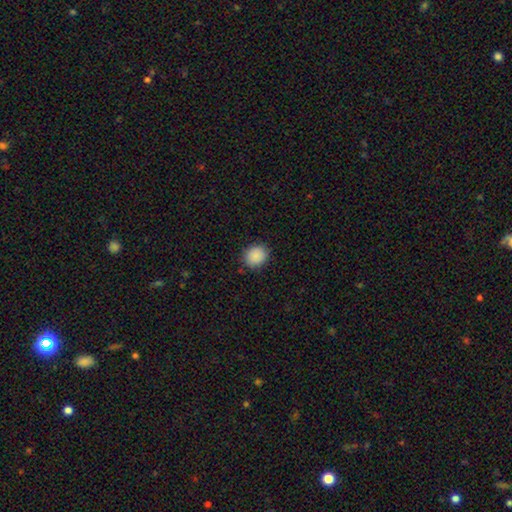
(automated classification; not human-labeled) A smooth galaxy with no disk features (89%) that is round (76%). Merging: none (87%).